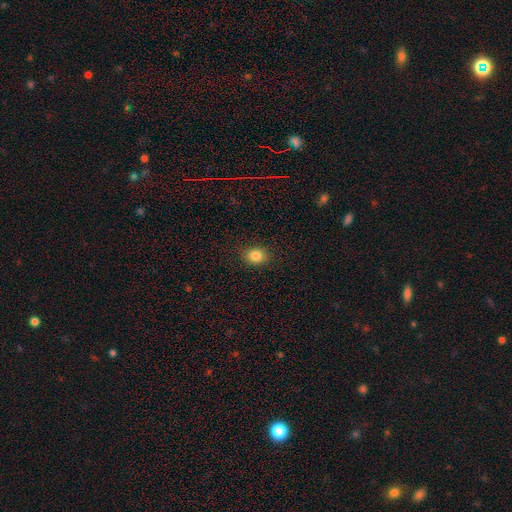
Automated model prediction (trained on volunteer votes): Smooth or featured?
  - smooth: 84% *
  - star or artifact: 11%
  - featured or disk: 6%
How rounded?
  - round: 53% *
  - in between: 46%
  - cigar-shaped: 1%
Merging?
  - none: 88% *
  - minor disturbance: 8%
  - major disturbance: 2%
  - merger: 1%